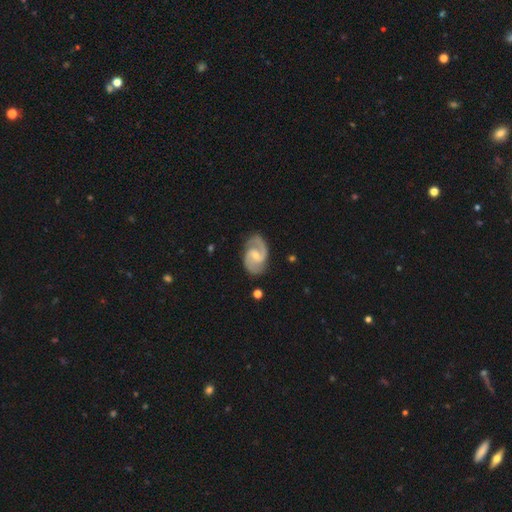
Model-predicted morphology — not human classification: smooth_or_featured: featured or disk (p=0.90) [alt: smooth p=0.06]
disk_edge_on: no (p=0.98) [alt: yes p=0.02]
bar: weak (p=0.54) [alt: no p=0.31]
has_spiral_arms: yes (p=0.98) [alt: no p=0.02]
spiral_winding: medium (p=0.58) [alt: tight p=0.25]
spiral_arm_count: 2 (p=0.92) [alt: can't tell p=0.03]
bulge_size: small (p=0.58) [alt: moderate p=0.36]
merging: none (p=0.81) [alt: minor disturbance p=0.14]